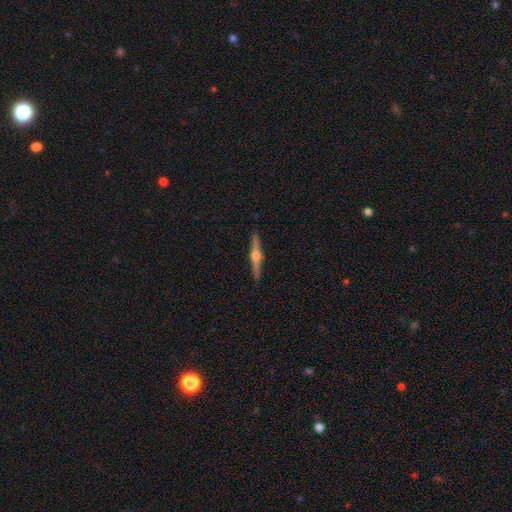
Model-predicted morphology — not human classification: This appears to be a featured or disk galaxy (81%) viewed edge-on (98%) with a rounded central bulge (95%). Merging: none (92%).